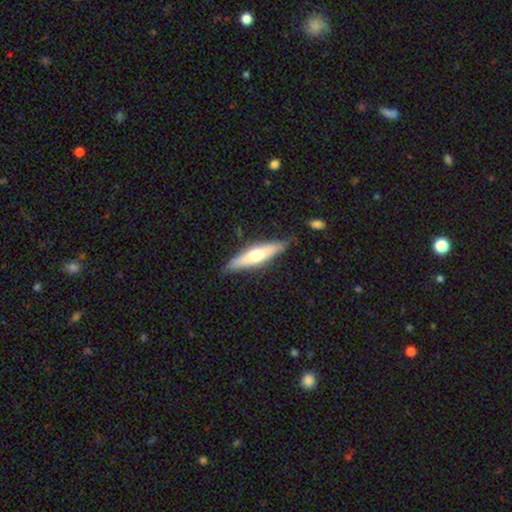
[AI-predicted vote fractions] Smooth or featured: featured or disk — 49% (smooth — 45%)
Merging: none — 84% (minor disturbance — 12%)